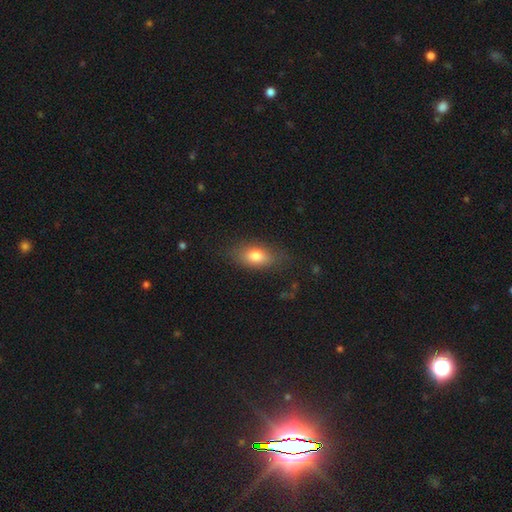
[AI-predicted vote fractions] This is likely a smooth galaxy (79%). How rounded: clearly in between (85%). Merging: likely none (77%).